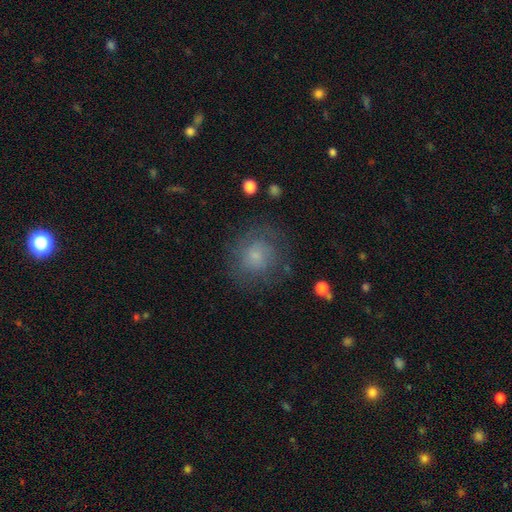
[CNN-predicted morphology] This is likely a smooth galaxy (64%). How rounded: clearly round (89%). Merging: likely none (73%).